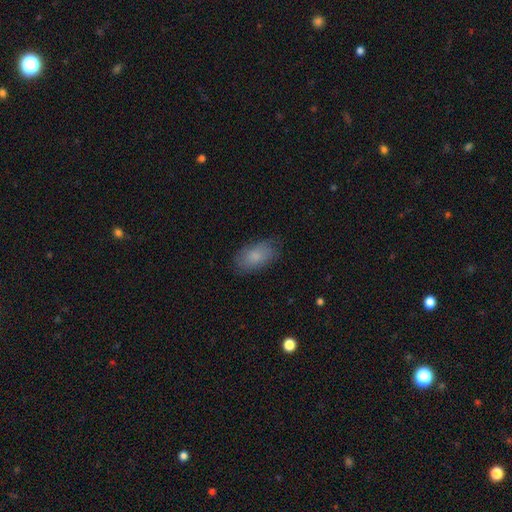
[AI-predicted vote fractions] Smooth or featured? smooth (80%)
How rounded? in between (92%)
Merging? none (77%)